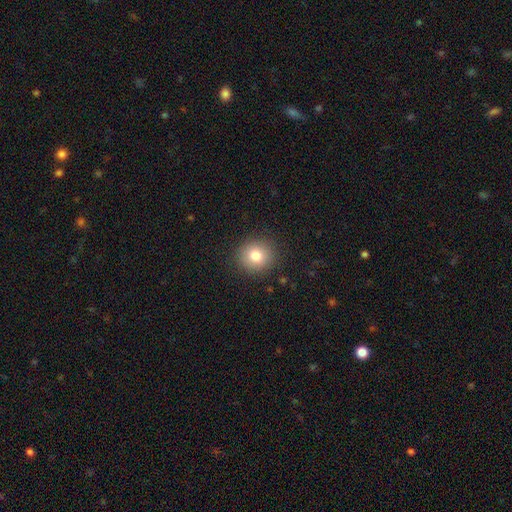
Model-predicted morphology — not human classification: Overall: smooth (80%). How rounded: round (85%). Merging: none (89%).